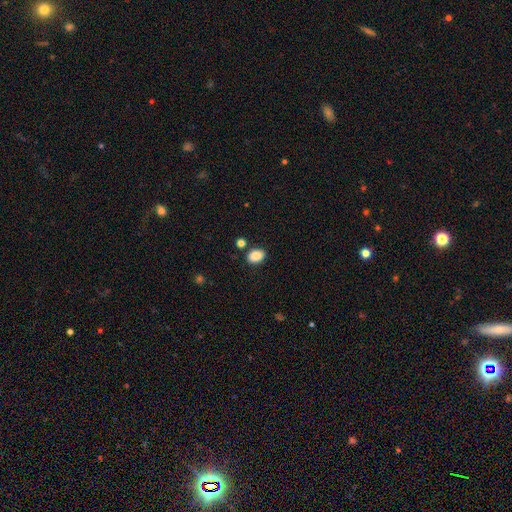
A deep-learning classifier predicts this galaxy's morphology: type=smooth (87%); roundness=in between (74%); merging=none (81%).